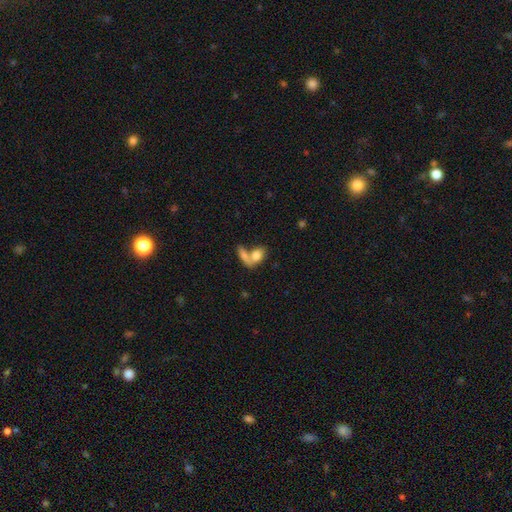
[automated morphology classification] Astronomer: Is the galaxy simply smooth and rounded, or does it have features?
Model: smooth — 77%.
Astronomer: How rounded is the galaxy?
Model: in between — 81%.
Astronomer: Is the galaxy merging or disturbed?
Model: merger — 57%.